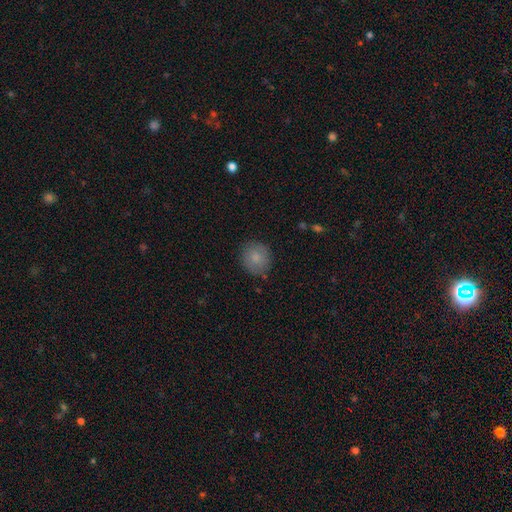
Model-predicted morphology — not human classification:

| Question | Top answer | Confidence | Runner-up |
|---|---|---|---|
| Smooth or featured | smooth | 81% | featured or disk (11%) |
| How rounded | round | 85% | in between (14%) |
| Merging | none | 85% | minor disturbance (11%) |